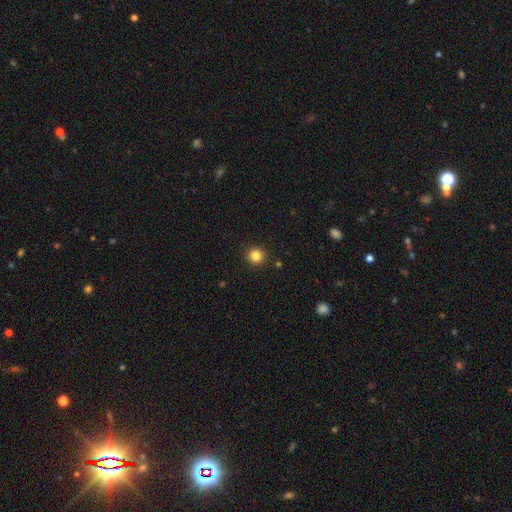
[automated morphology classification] Smooth or featured? smooth (84%)
How rounded? round (94%)
Merging? none (92%)